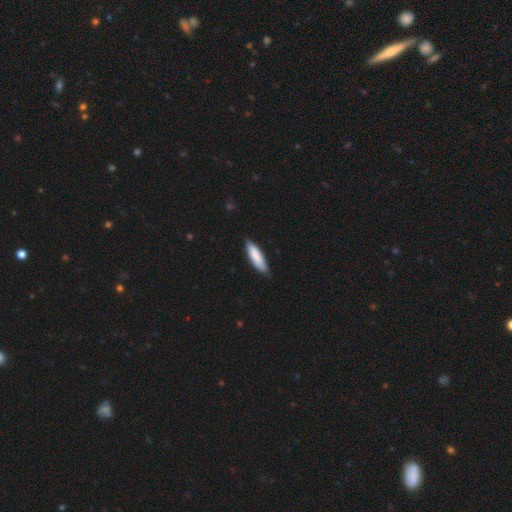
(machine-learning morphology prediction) Smooth or featured? smooth (85%)
How rounded? cigar-shaped (62%)
Merging? none (81%)